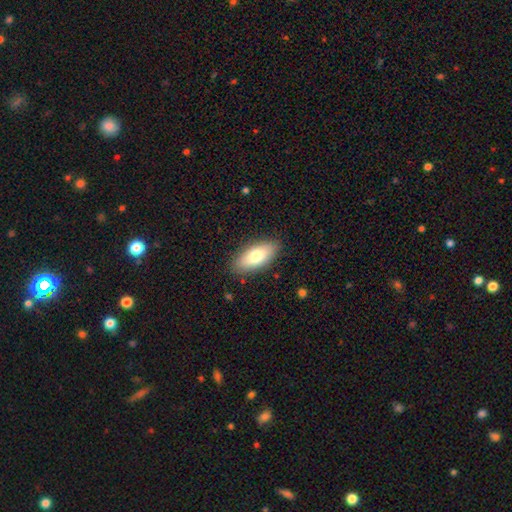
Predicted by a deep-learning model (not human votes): smooth 75%, featured or disk 18%, star or artifact 7%. Down the decision tree: how rounded — in between (85%); merging — none (86%).